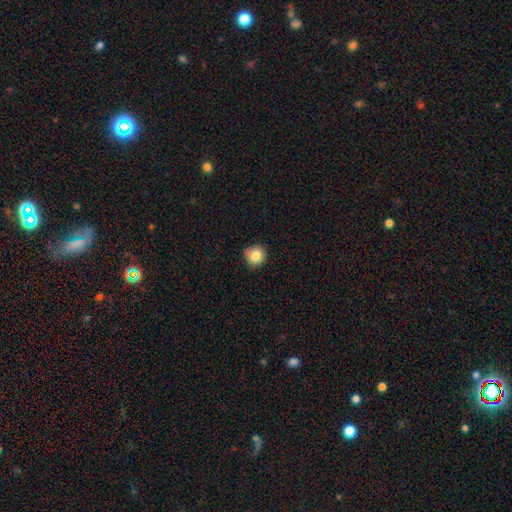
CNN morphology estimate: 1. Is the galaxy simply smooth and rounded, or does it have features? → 83% smooth, 10% star or artifact, 7% featured or disk.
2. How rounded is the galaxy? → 93% round, 6% in between, 1% cigar-shaped.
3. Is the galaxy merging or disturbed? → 85% none, 12% minor disturbance, 2% major disturbance, 1% merger.